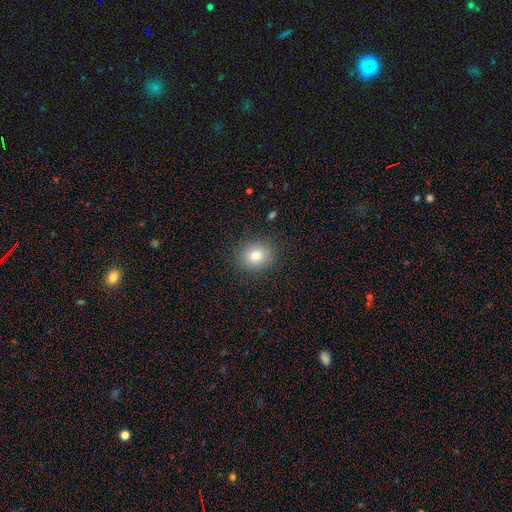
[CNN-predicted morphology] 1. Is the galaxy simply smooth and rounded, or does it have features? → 79% smooth, 12% star or artifact, 9% featured or disk.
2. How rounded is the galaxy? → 74% round, 25% in between, 1% cigar-shaped.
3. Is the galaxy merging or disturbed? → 88% none, 9% minor disturbance, 3% major disturbance, 1% merger.